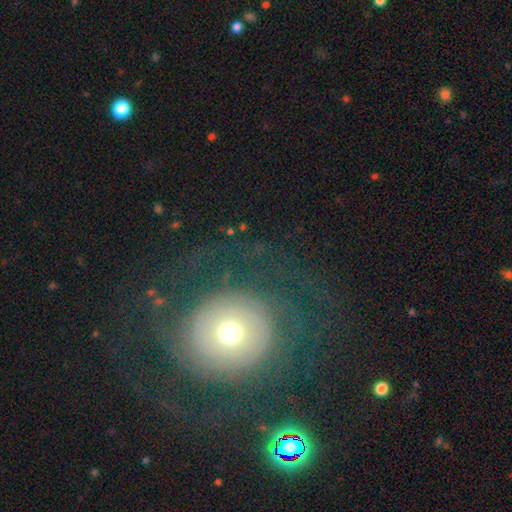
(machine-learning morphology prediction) This is marginally a featured or disk galaxy (43%, tied with smooth). Merging: likely none (71%).